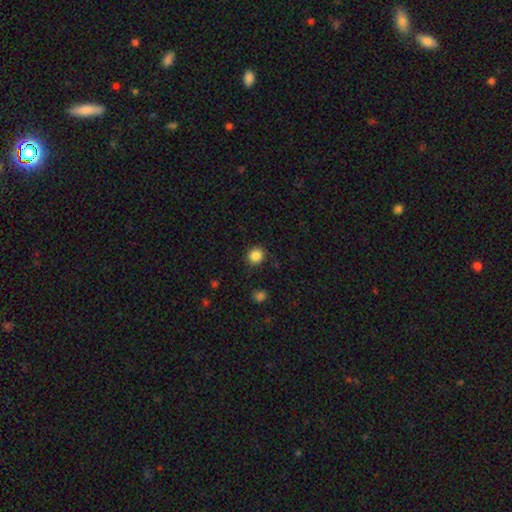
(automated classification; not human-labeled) smooth_or_featured: smooth (p=0.86) [alt: star or artifact p=0.11]
how_rounded: round (p=0.88) [alt: in between p=0.11]
merging: none (p=0.89) [alt: minor disturbance p=0.08]